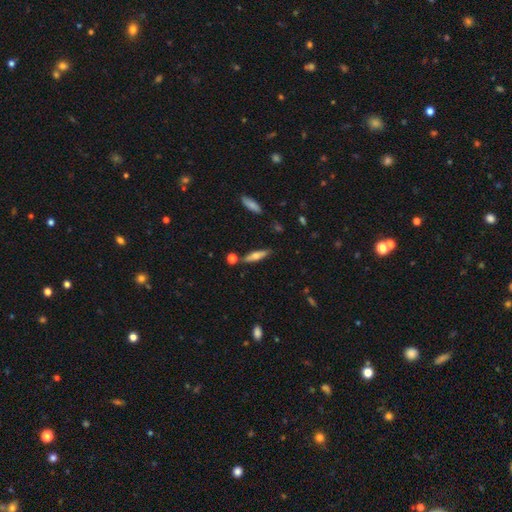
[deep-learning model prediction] The model was most divided on "smooth or featured": smooth: 50%, featured or disk: 43%, star or artifact: 8%. More confident: merging — none (78%).